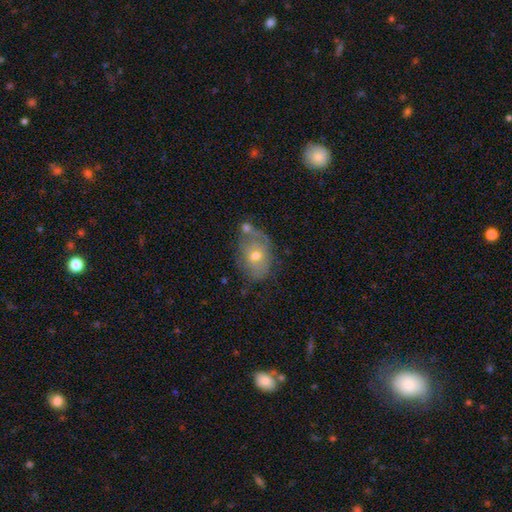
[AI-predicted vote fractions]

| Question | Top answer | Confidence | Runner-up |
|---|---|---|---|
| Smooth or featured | featured or disk | 49% | smooth (40%) |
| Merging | none | 45% | minor disturbance (25%) |